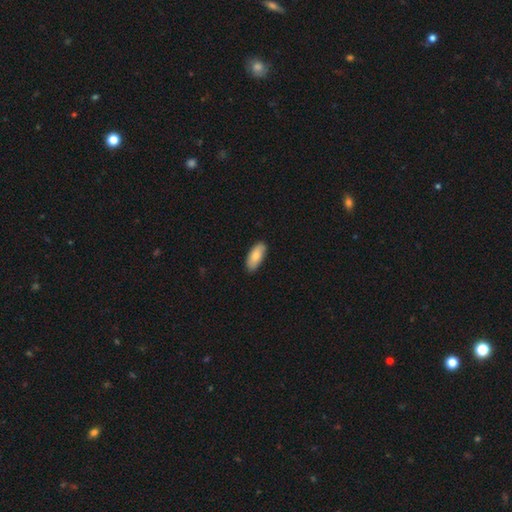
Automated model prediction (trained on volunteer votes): smooth_or_featured: smooth (p=0.84) [alt: featured or disk p=0.10]
how_rounded: in between (p=0.88) [alt: cigar-shaped p=0.10]
merging: none (p=0.87) [alt: minor disturbance p=0.11]